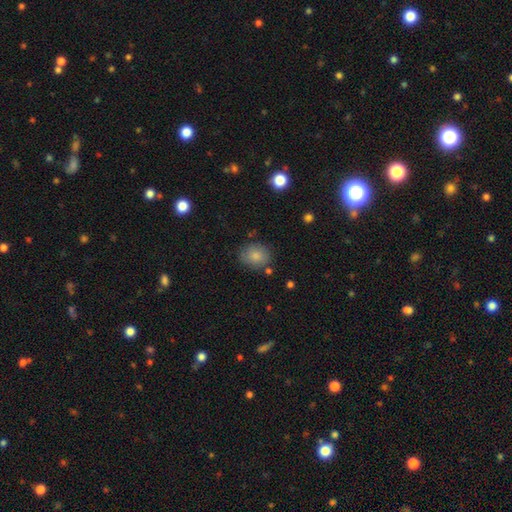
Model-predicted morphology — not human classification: A smooth galaxy with no disk features (82%) that is round (60%). Merging: none (78%).